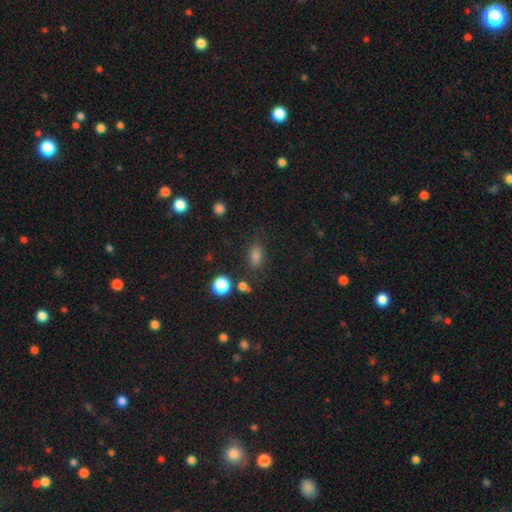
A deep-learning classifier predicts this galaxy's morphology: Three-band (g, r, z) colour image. It shows a smooth galaxy with no disk features (75%) that is in between round and cigar-shaped (78%). Merging: none (79%).